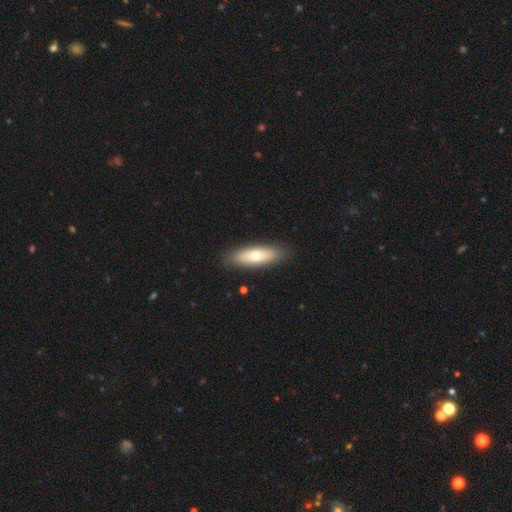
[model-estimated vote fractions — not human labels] smooth-or-featured: smooth: 69% | featured or disk: 25% | star or artifact: 6%
  how-rounded: cigar-shaped: 49% (tied) | in between: 49% (tied) | round: 2%
  merging: none: 87% | minor disturbance: 9% | major disturbance: 2% | merger: 1%